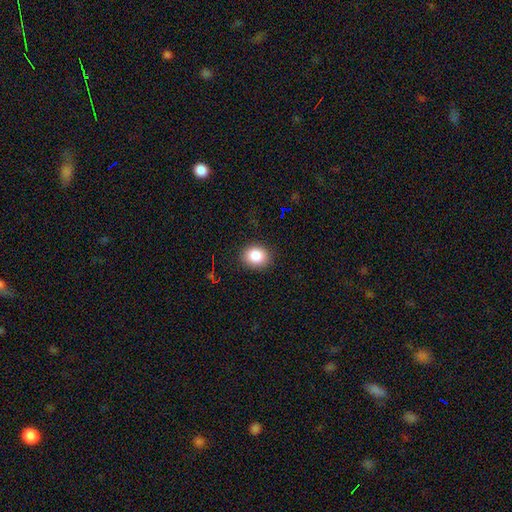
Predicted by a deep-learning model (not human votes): smooth-or-featured: smooth: 86% | star or artifact: 9% | featured or disk: 5%
  how-rounded: round: 61% | in between: 38% | cigar-shaped: 1%
  merging: none: 88% | minor disturbance: 8% | major disturbance: 2% | merger: 1%